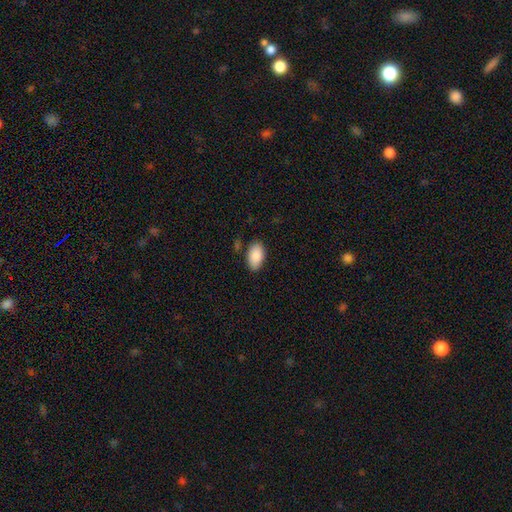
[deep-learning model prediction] Smooth or featured? Predicted: smooth (p=0.89). How rounded? Predicted: in between (p=0.95). Merging? Predicted: none (p=0.81).